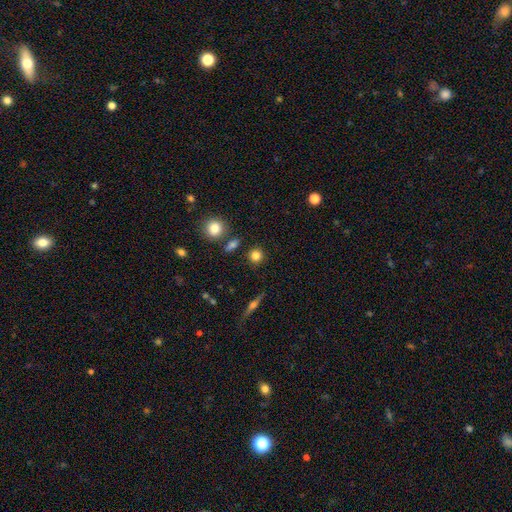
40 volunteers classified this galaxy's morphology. smooth 88%, featured or disk 10%, star or artifact 2%. Down the decision tree: how rounded — round (97%); merging — none (92%).